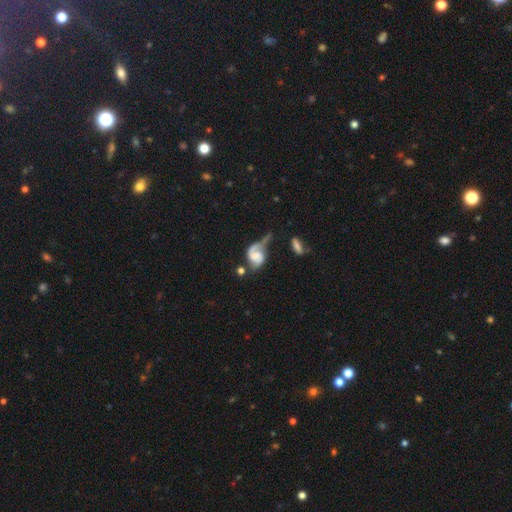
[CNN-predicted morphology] smooth-or-featured: featured or disk: 71% | smooth: 22% | star or artifact: 7%
  disk-edge-on: no: 97% | yes: 3%
    bar: no: 54% | weak: 35% | strong: 11%
    has-spiral-arms: yes: 90% | no: 10%
      spiral-winding: loose: 48% | medium: 35% | tight: 17%
      spiral-arm-count: 2: 57% | 1: 36% | can't tell: 5% | 3: 1% | 4: 1% | more than 4: 1%
    bulge-size: none: 31% | small: 27% | moderate: 24% | large: 14% | dominant: 4%
  merging: major disturbance: 35% | none: 26% | merger: 20% | minor disturbance: 19%